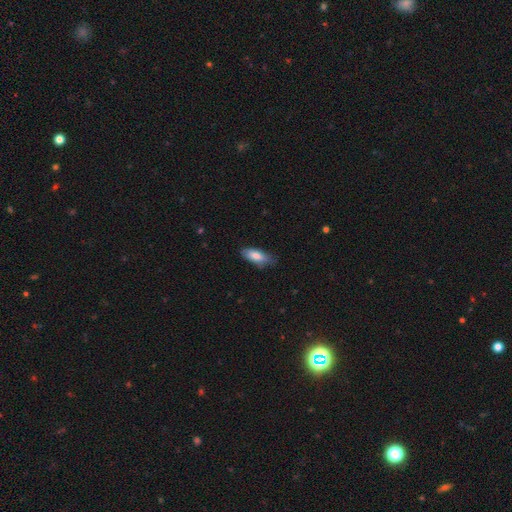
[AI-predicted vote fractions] Smooth or featured? smooth (79%)
How rounded? in between (76%)
Merging? none (71%)